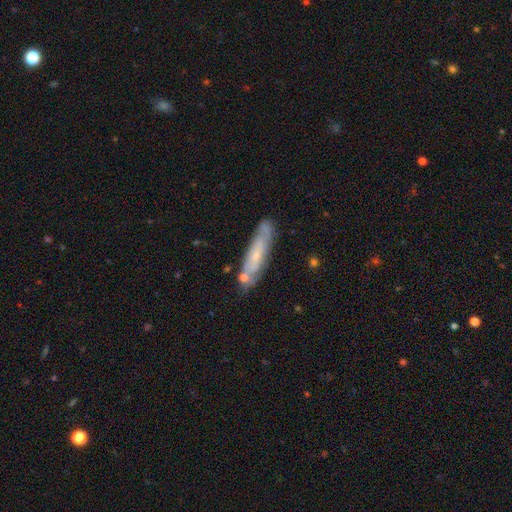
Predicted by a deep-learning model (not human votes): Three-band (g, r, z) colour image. It shows a featured or disk galaxy (58%). Merging: none (71%).